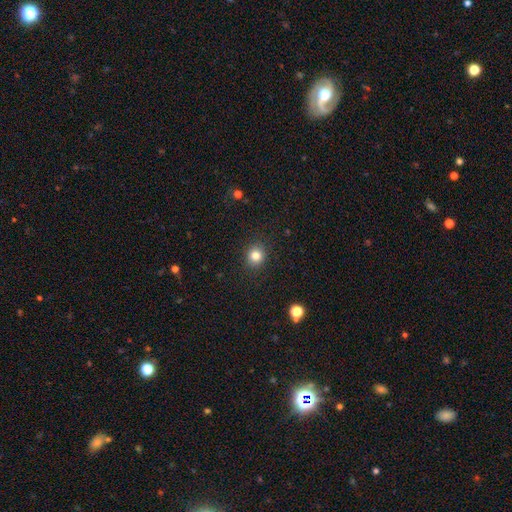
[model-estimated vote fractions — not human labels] Morphology: type=smooth (82%); roundness=round (82%); merging=none (89%).